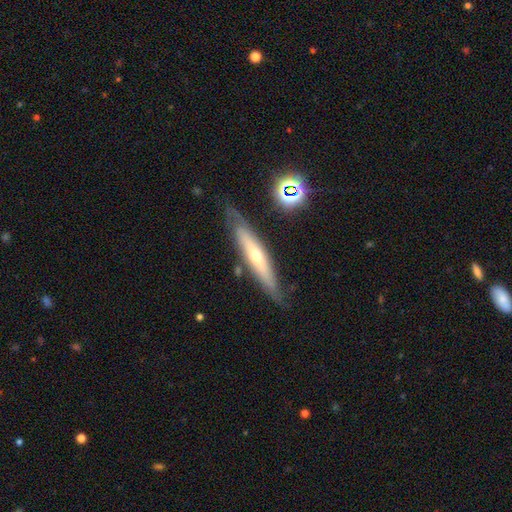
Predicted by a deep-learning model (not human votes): featured or disk 63%, smooth 29%, star or artifact 8%. Down the decision tree: edge-on disk — yes (75%); merging — none (75%).